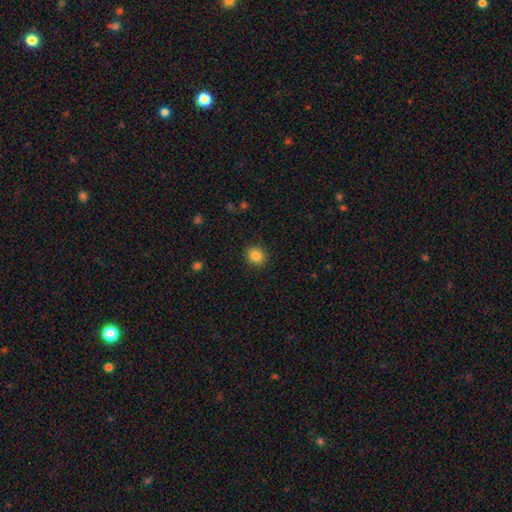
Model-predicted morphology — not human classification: type=smooth (84%); roundness=round (65%); merging=none (90%).